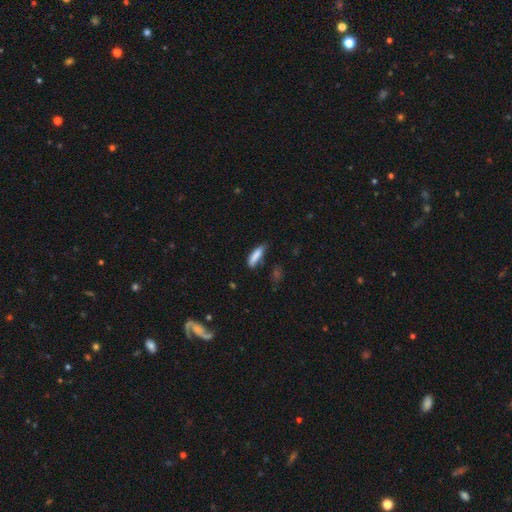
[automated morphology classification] This appears to be a smooth galaxy with no disk features (83%) that is cigar-shaped (59%). Merging: none (58%).